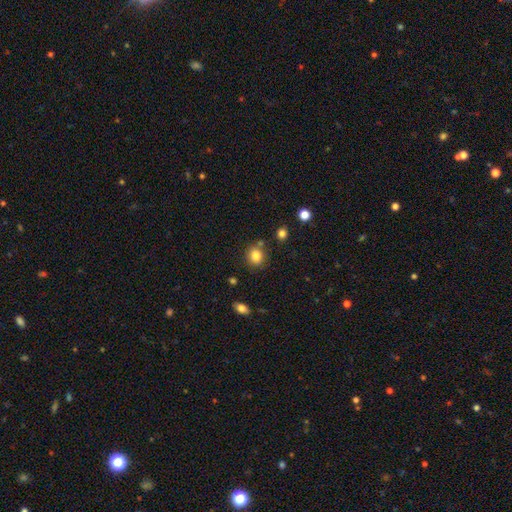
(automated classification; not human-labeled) Q: Smooth or featured?
A: smooth (83%); runner-up: star or artifact (11%)
Q: How rounded?
A: round (77%); runner-up: in between (23%)
Q: Merging?
A: none (77%); runner-up: minor disturbance (11%)